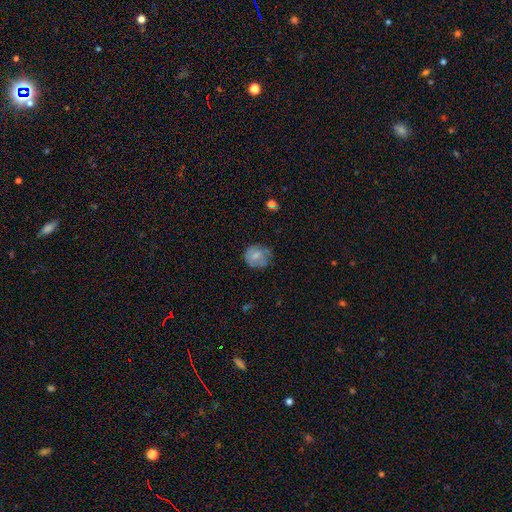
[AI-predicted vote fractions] Smooth or featured?
  - smooth: 70% *
  - featured or disk: 21%
  - star or artifact: 9%
How rounded?
  - round: 77% *
  - in between: 22%
  - cigar-shaped: 1%
Merging?
  - none: 64% *
  - minor disturbance: 26%
  - major disturbance: 9%
  - merger: 2%